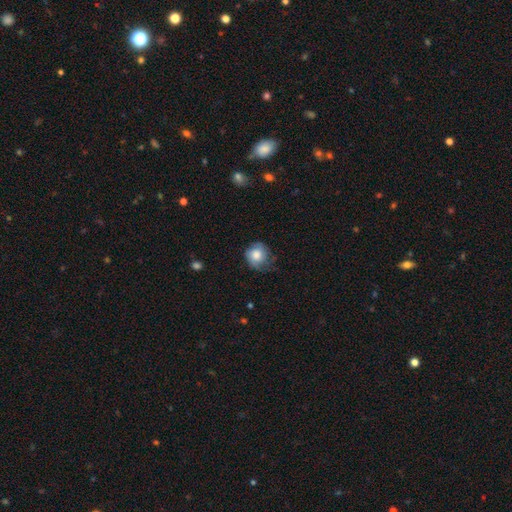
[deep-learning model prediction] Smooth or featured? smooth (67%)
How rounded? round (82%)
Merging? none (56%)